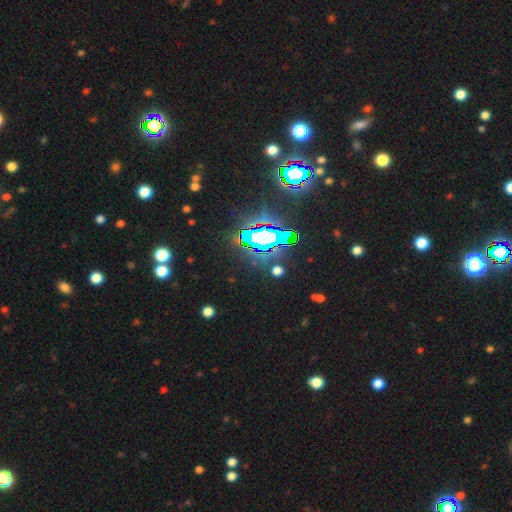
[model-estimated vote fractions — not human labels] Overall: star or artifact (83%).